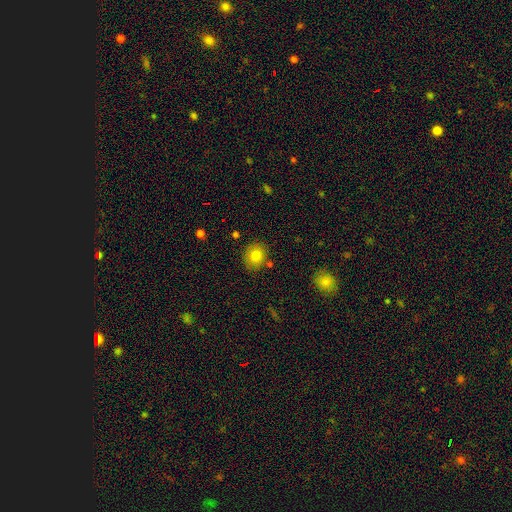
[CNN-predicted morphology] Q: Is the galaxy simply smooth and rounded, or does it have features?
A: smooth — 79%.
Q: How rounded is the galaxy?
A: round — 67%.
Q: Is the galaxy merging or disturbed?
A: none — 82%.